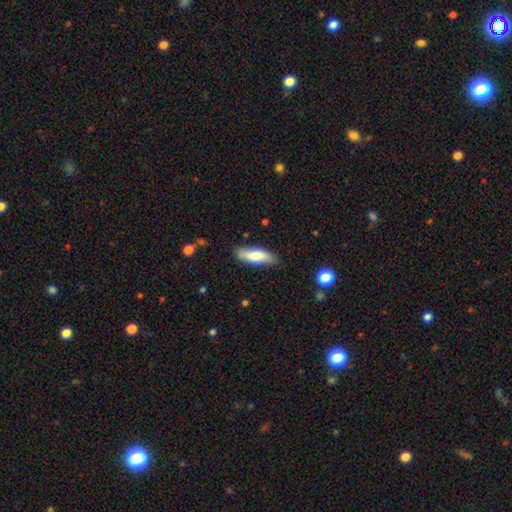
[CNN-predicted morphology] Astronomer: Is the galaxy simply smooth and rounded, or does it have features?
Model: smooth — 76%.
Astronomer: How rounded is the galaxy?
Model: in between — 59% (runner-up: cigar-shaped, 39%).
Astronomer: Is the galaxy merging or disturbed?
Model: none — 82%.